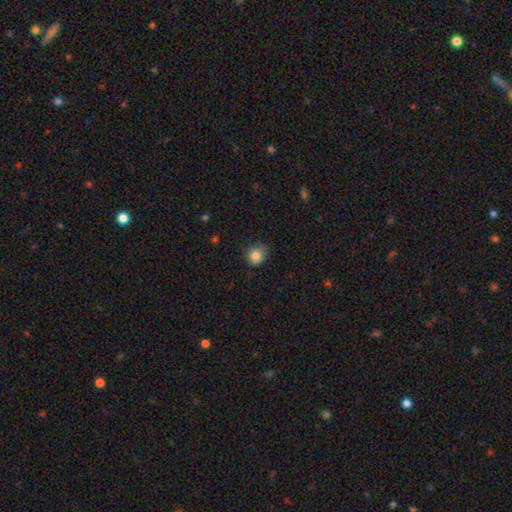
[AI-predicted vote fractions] This is clearly a smooth galaxy (84%). How rounded: clearly round (84%). Merging: likely none (68%).